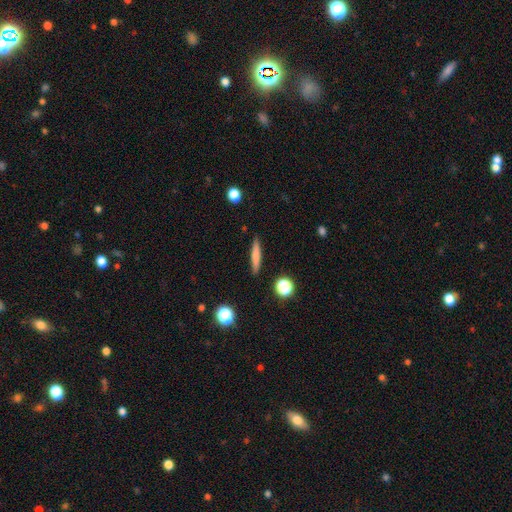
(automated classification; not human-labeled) smooth 71%, featured or disk 21%, star or artifact 8%. Down the decision tree: how rounded — cigar-shaped (91%); merging — none (89%).